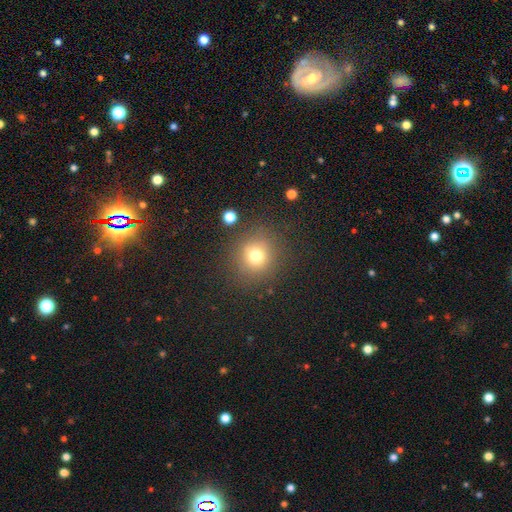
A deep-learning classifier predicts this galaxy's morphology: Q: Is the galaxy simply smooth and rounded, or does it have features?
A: smooth — 74%.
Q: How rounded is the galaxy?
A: round — 88%.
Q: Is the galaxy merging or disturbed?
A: none — 84%.